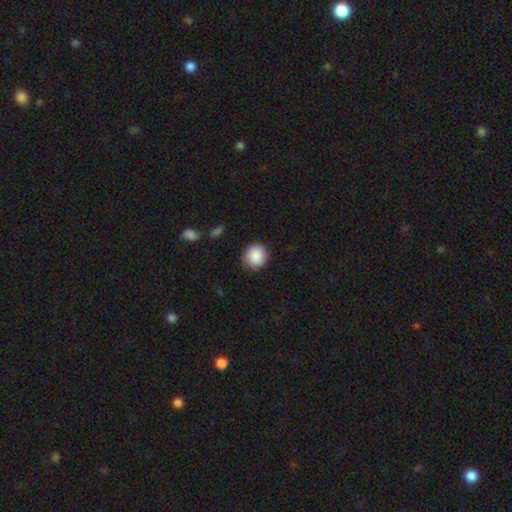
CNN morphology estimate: This is clearly a smooth galaxy (87%). How rounded: clearly round (84%). Merging: likely none (78%).